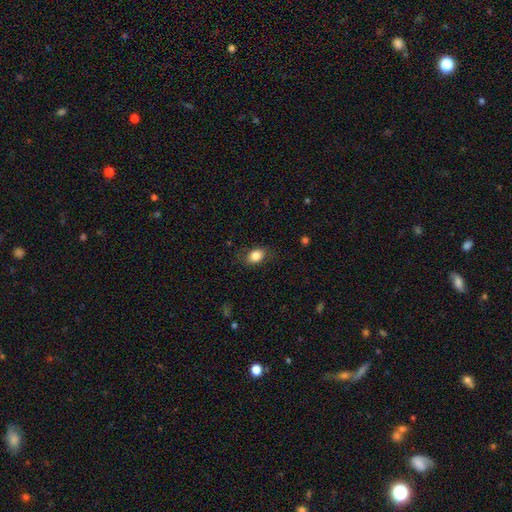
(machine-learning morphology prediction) Smooth or featured?
  - smooth: 84% *
  - star or artifact: 9%
  - featured or disk: 7%
How rounded?
  - in between: 74% *
  - round: 24%
  - cigar-shaped: 1%
Merging?
  - none: 78% *
  - minor disturbance: 16%
  - major disturbance: 5%
  - merger: 1%